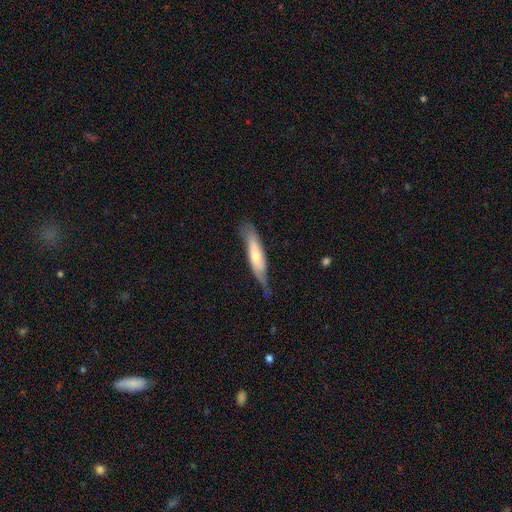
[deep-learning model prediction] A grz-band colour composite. It shows a smooth galaxy with no disk features (55%) that is cigar-shaped (73%). Merging: none (58%).